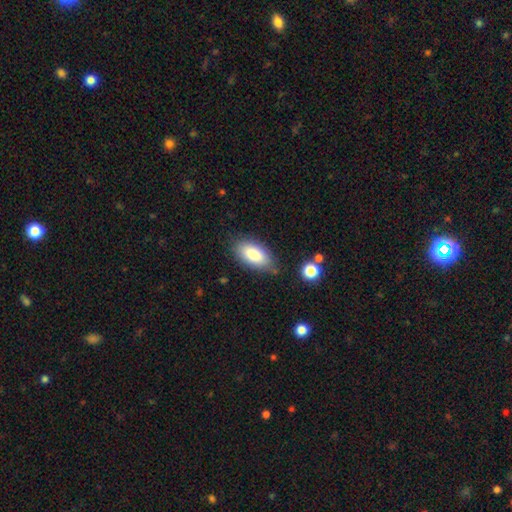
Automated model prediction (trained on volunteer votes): Smooth or featured? smooth (86%)
How rounded? in between (92%)
Merging? none (76%)